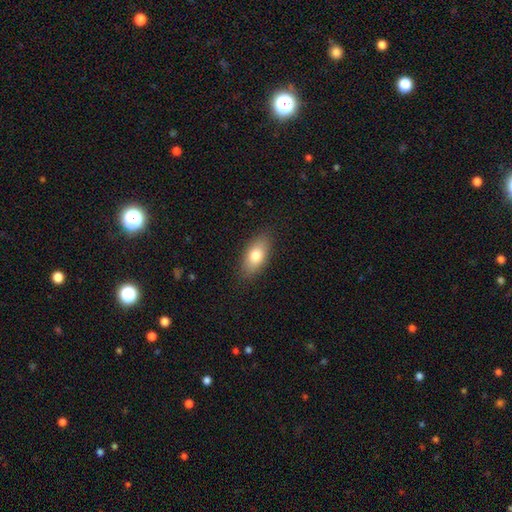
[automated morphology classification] smooth-or-featured: smooth: 77% | featured or disk: 16% | star or artifact: 7%
  how-rounded: in between: 87% | cigar-shaped: 8% | round: 5%
  merging: none: 85% | minor disturbance: 11% | major disturbance: 3% | merger: 1%